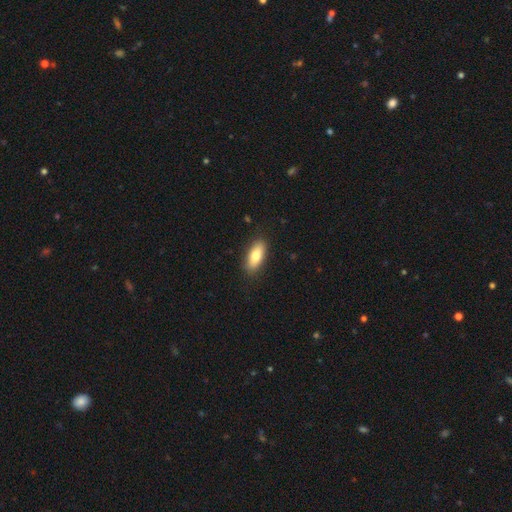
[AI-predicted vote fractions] smooth 79%, featured or disk 15%, star or artifact 6%. Down the decision tree: how rounded — in between (80%); merging — none (87%).